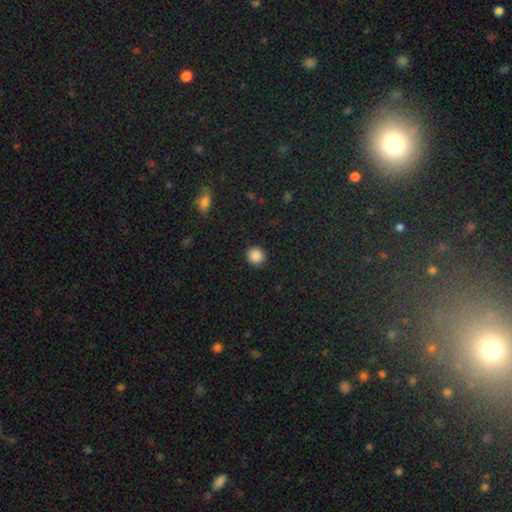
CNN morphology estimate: A smooth galaxy with no disk features (87%) that is round (89%).

Vote fractions:
- Smooth or featured? smooth: 87% / star or artifact: 10% / featured or disk: 3%
- How rounded? round: 89% / in between: 10% / cigar-shaped: 1%
- Merging? none: 91% / minor disturbance: 6% / major disturbance: 2% / merger: 1%